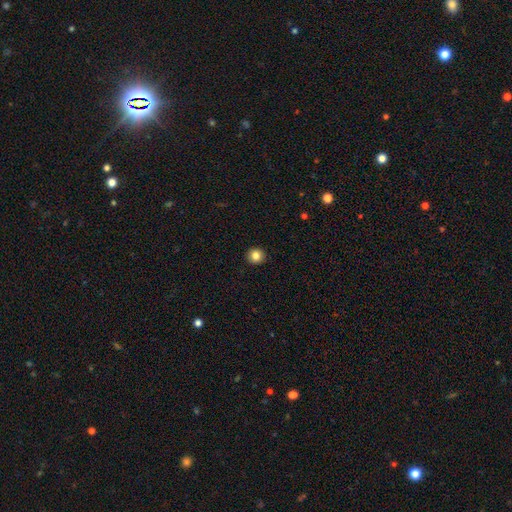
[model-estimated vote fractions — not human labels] Smooth or featured?
  - smooth: 84% *
  - star or artifact: 10%
  - featured or disk: 6%
How rounded?
  - round: 92% *
  - in between: 7%
  - cigar-shaped: 1%
Merging?
  - none: 93% *
  - minor disturbance: 5%
  - major disturbance: 1%
  - merger: 1%